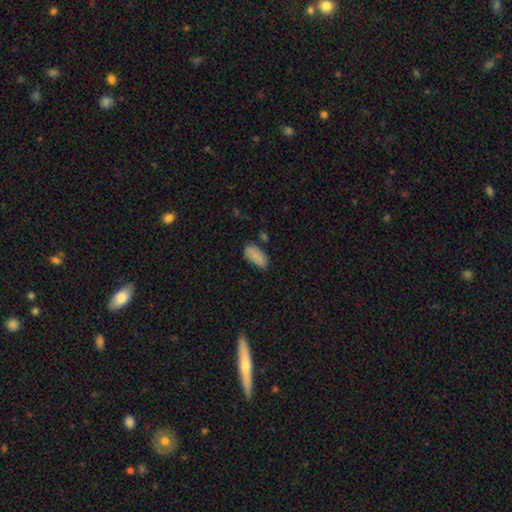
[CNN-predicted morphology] Smooth or featured: smooth — 86% (star or artifact — 8%)
How rounded: in between — 91% (cigar-shaped — 7%)
Merging: none — 67% (minor disturbance — 23%)